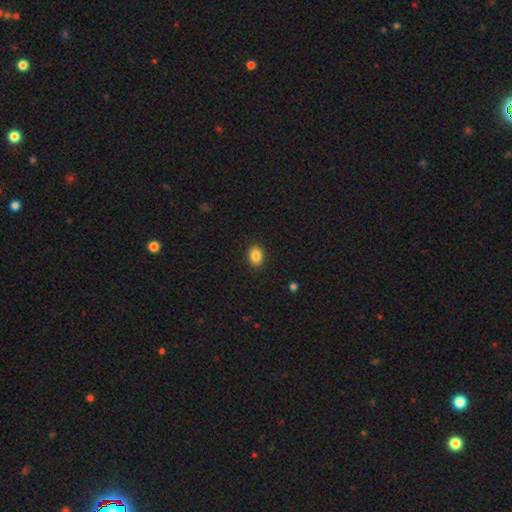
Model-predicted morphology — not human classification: type=smooth (87%); roundness=in between (67%); merging=none (90%).